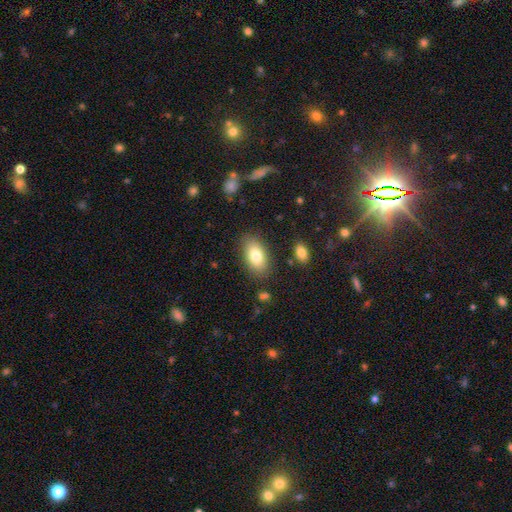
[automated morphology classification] Overall: smooth (80%). How rounded: in between (92%). Merging: none (84%).